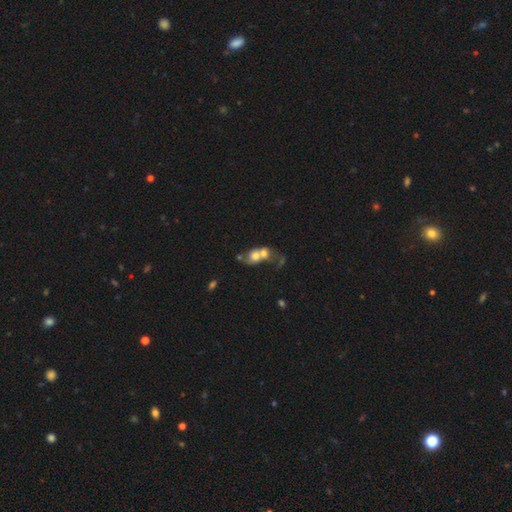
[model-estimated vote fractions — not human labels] This is possibly a smooth galaxy (59%). How rounded: possibly round (56%). Merging: likely merger (77%).